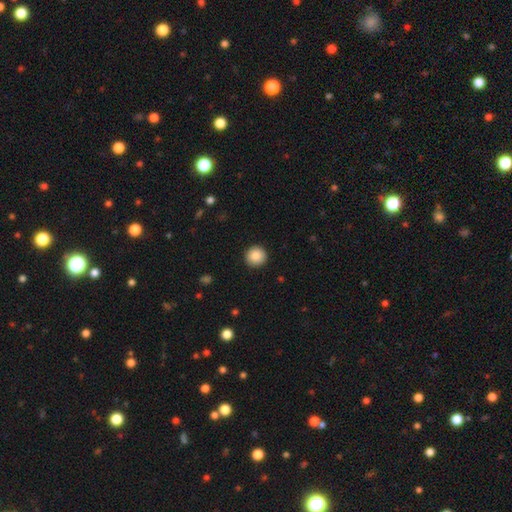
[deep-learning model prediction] Smooth or featured?
  - smooth: 88% *
  - star or artifact: 8%
  - featured or disk: 3%
How rounded?
  - round: 95% *
  - in between: 4%
  - cigar-shaped: 1%
Merging?
  - none: 92% *
  - minor disturbance: 5%
  - major disturbance: 2%
  - merger: 1%